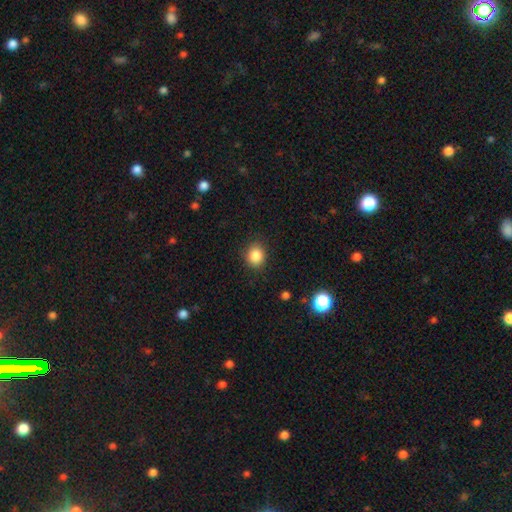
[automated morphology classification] A smooth galaxy with no disk features (86%) that is round (73%). Merging: none (87%).